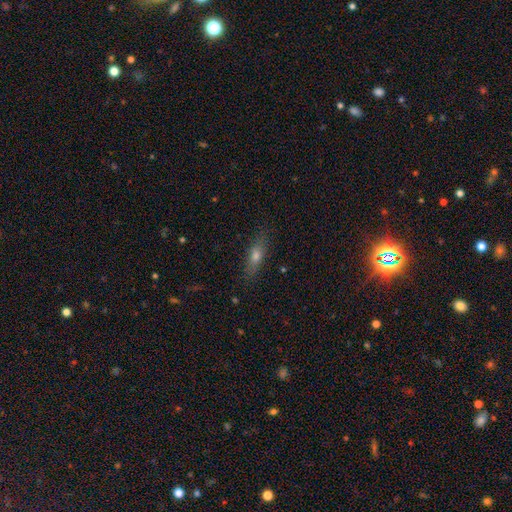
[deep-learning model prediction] Overall: smooth (55%; featured or disk 34%). How rounded: cigar-shaped (59%; in between 37%). Merging: none (84%).